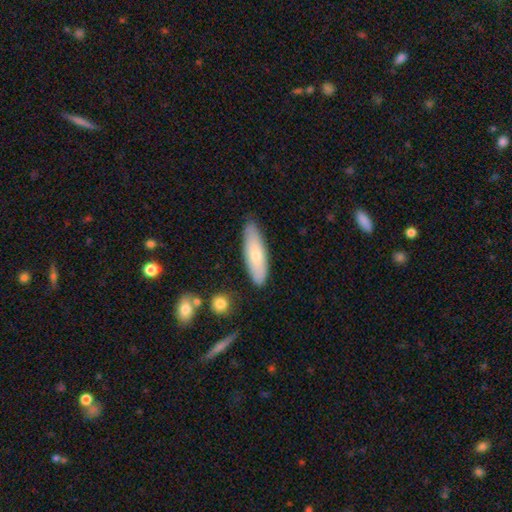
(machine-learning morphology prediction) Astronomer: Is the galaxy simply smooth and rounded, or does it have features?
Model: smooth — 70%.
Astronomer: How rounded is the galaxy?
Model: cigar-shaped — 52% (runner-up: in between, 46%).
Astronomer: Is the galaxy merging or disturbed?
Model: none — 83%.